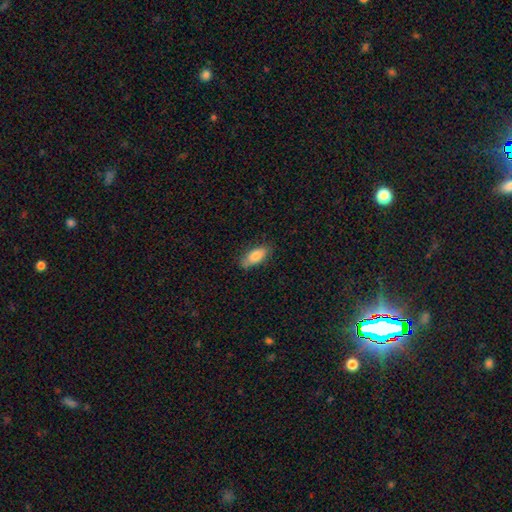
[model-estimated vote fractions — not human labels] Smooth or featured? smooth (84%)
How rounded? in between (81%)
Merging? none (78%)